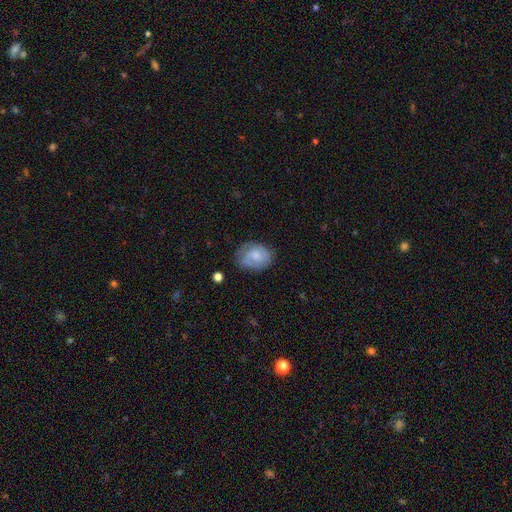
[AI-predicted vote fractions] Smooth or featured? featured or disk (51%)
Edge-on disk? no (97%)
Merging? none (67%)